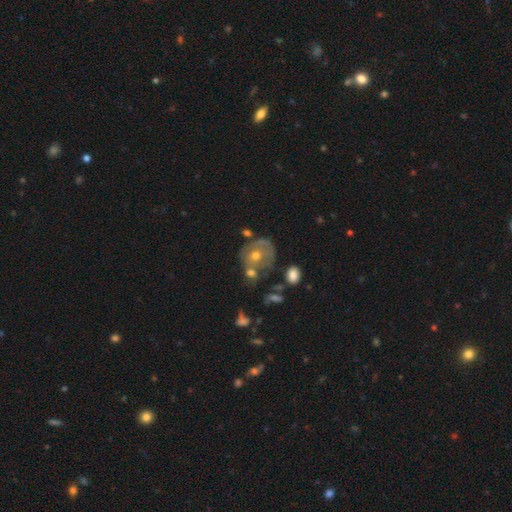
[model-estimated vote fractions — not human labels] Overall: featured or disk (49%; smooth 42%). Merging: none (41%; merger 24%).